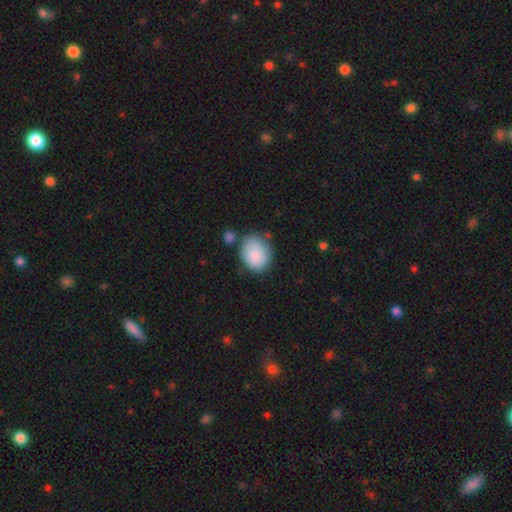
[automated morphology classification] The model was most divided on "how rounded": round: 50%, in between: 49%, cigar-shaped: 1%. More confident: smooth or featured — smooth (87%); merging — none (60%).